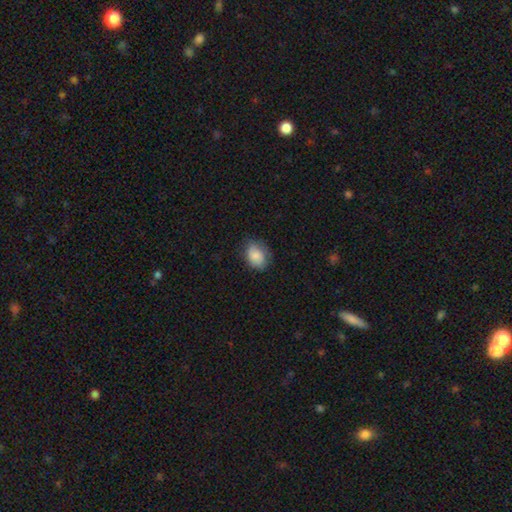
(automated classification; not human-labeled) Overall: smooth (83%). How rounded: in between (71%). Merging: none (68%).